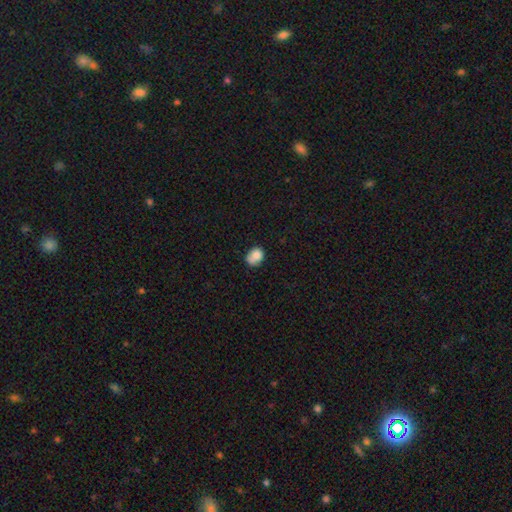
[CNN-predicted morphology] Smooth or featured? smooth (78%)
How rounded? round (54%)
Merging? none (44%)